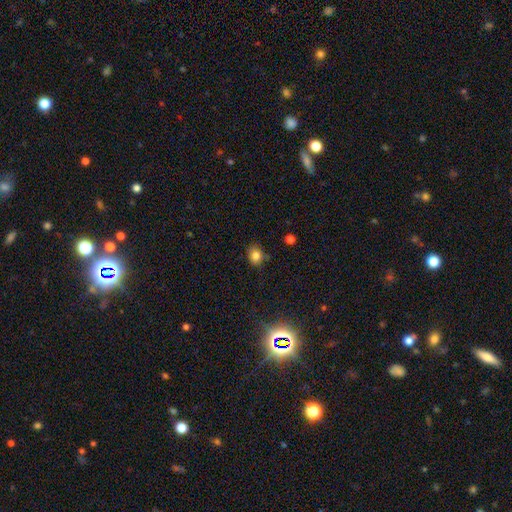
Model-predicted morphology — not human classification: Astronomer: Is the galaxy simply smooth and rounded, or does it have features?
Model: smooth — 81%.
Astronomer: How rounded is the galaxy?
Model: round — 53% (runner-up: in between, 46%).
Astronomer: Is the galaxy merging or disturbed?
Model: none — 77%.